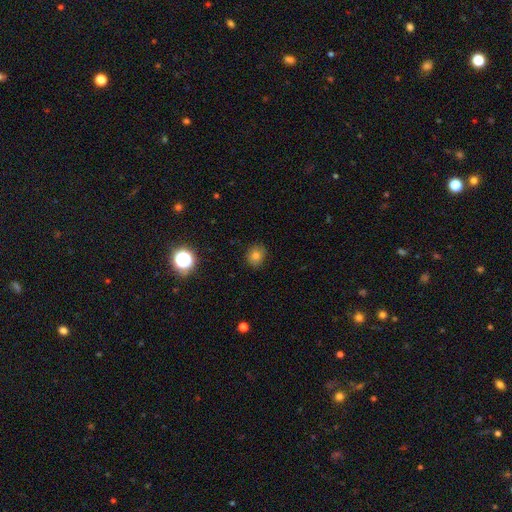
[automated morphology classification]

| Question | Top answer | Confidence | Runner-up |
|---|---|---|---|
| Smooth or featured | smooth | 77% | star or artifact (15%) |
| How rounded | round | 77% | in between (22%) |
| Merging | none | 85% | minor disturbance (11%) |